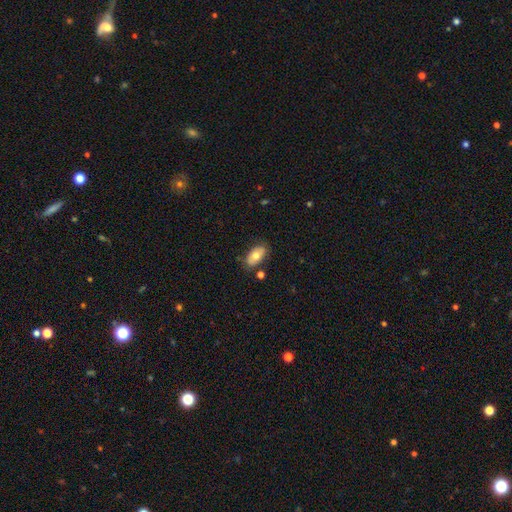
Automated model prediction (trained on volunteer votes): A smooth galaxy with no disk features (71%) that is in between round and cigar-shaped (93%).

Vote fractions:
- Smooth or featured? smooth: 71% / featured or disk: 22% / star or artifact: 7%
- How rounded? in between: 93% / round: 4% / cigar-shaped: 3%
- Merging? none: 79% / minor disturbance: 14% / merger: 4% / major disturbance: 3%